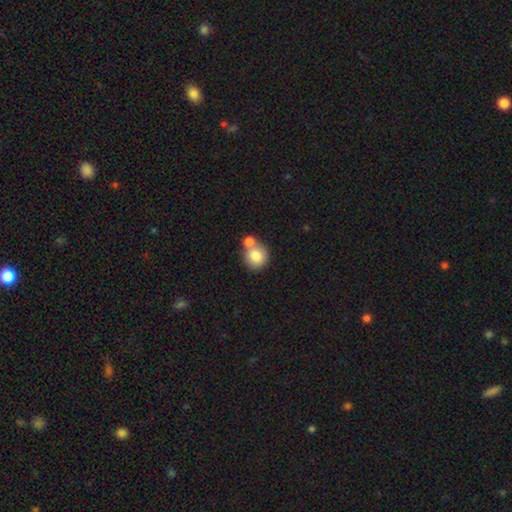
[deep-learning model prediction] The model was most divided on "merging": none: 48%, merger: 39%, minor disturbance: 9%, major disturbance: 3%. More confident: how rounded — round (85%); smooth or featured — smooth (83%).